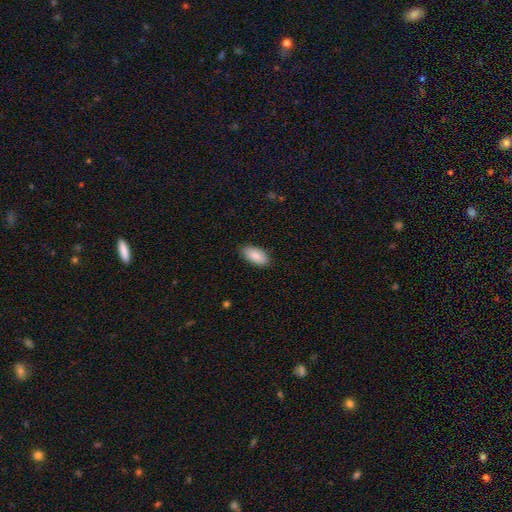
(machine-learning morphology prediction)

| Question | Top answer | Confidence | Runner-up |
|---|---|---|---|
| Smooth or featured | smooth | 88% | featured or disk (6%) |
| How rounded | in between | 93% | cigar-shaped (5%) |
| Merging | none | 86% | minor disturbance (11%) |